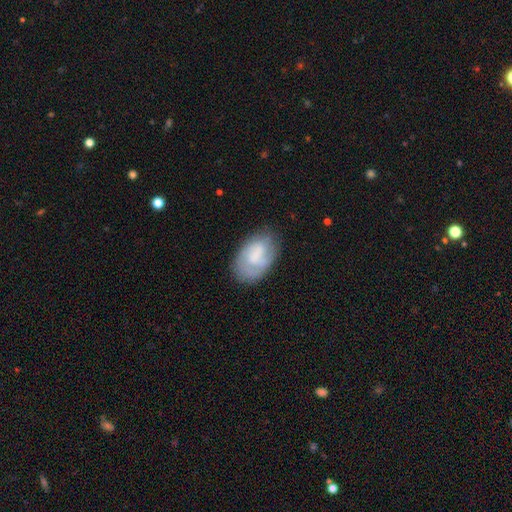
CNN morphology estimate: The model was most divided on "smooth or featured": smooth: 53%, featured or disk: 40%, star or artifact: 7%. More confident: how rounded — in between (91%); merging — none (65%).